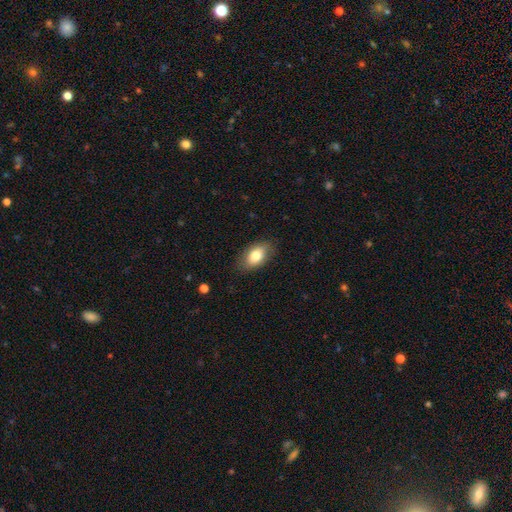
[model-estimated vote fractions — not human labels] Q: Smooth or featured?
A: smooth (79%); runner-up: featured or disk (13%)
Q: How rounded?
A: in between (89%); runner-up: round (8%)
Q: Merging?
A: none (83%); runner-up: minor disturbance (13%)